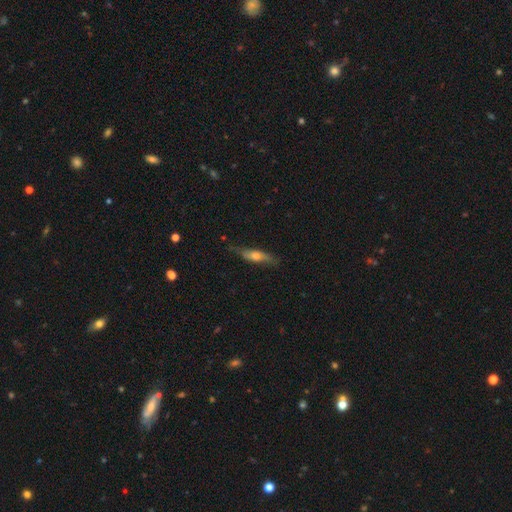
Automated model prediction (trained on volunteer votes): featured or disk 47%, smooth 46%, star or artifact 7%. Down the decision tree: merging — none (71%).